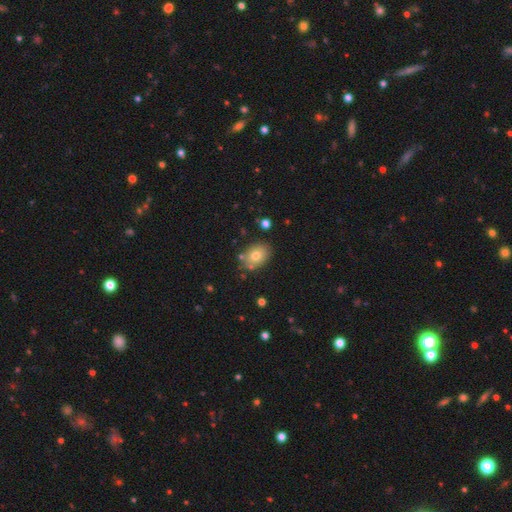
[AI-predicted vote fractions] Smooth or featured? Predicted: smooth (p=0.74). How rounded? Predicted: in between (p=0.75). Merging? Predicted: none (p=0.78).